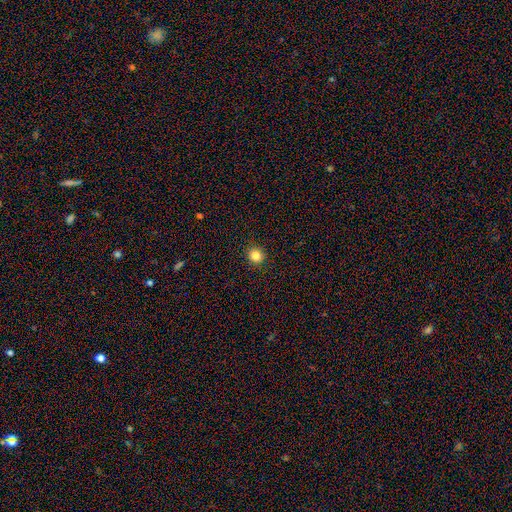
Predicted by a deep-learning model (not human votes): This is clearly a smooth galaxy (84%). How rounded: clearly round (91%). Merging: clearly none (92%).